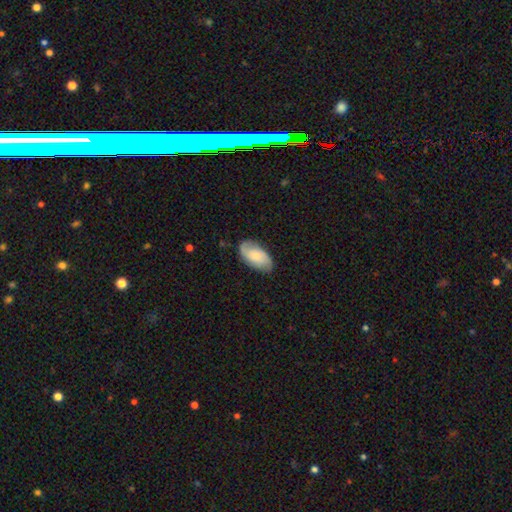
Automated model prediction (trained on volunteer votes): Overall: smooth (51%; featured or disk 43%). How rounded: in between (94%). Merging: none (75%).